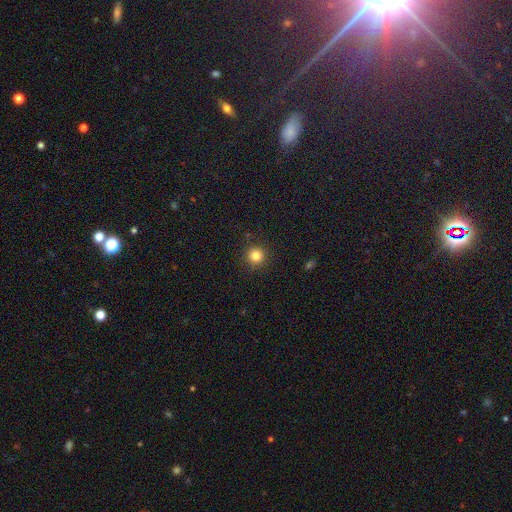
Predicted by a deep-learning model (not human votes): Smooth or featured? Predicted: smooth (p=0.83). How rounded? Predicted: round (p=0.95). Merging? Predicted: none (p=0.90).